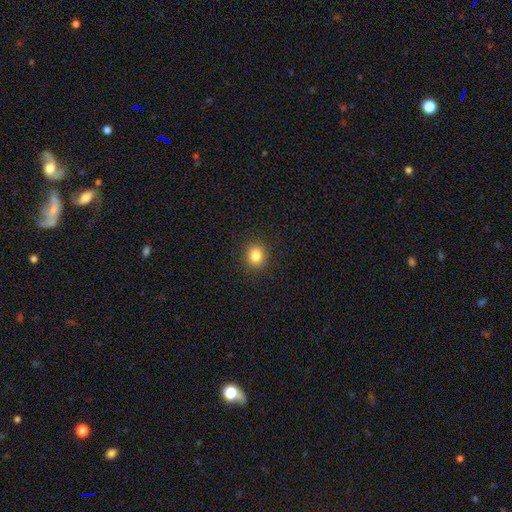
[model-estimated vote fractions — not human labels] This appears to be a smooth galaxy with no disk features (83%) that is round (77%). Merging: none (90%).